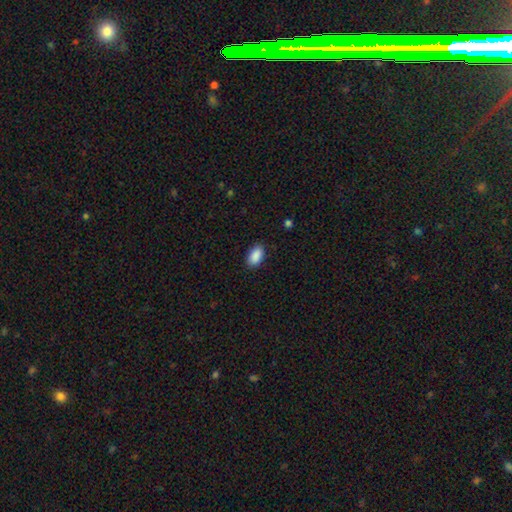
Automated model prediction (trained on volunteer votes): Smooth or featured? smooth (90%)
How rounded? in between (93%)
Merging? none (88%)